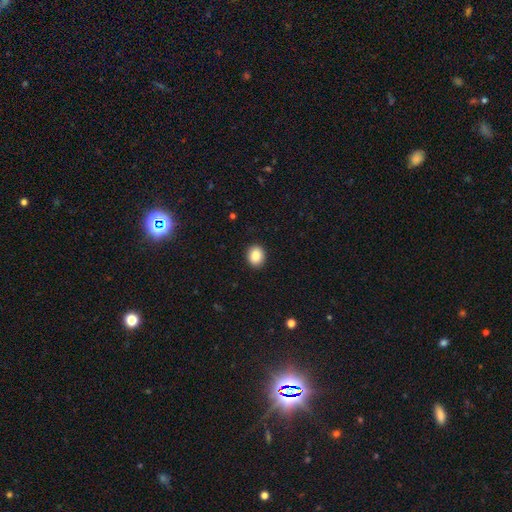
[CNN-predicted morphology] smooth_or_featured: smooth (p=0.88) [alt: star or artifact p=0.08]
how_rounded: round (p=0.58) [alt: in between p=0.41]
merging: none (p=0.91) [alt: minor disturbance p=0.06]